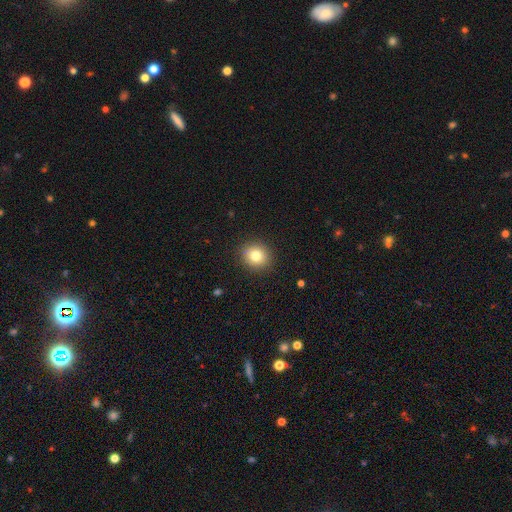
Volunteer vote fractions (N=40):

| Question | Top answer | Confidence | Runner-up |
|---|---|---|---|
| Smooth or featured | smooth | 82% | star or artifact (10%) |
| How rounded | round | 97% | in between (3%) |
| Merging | none | 94% | minor disturbance (6%) |